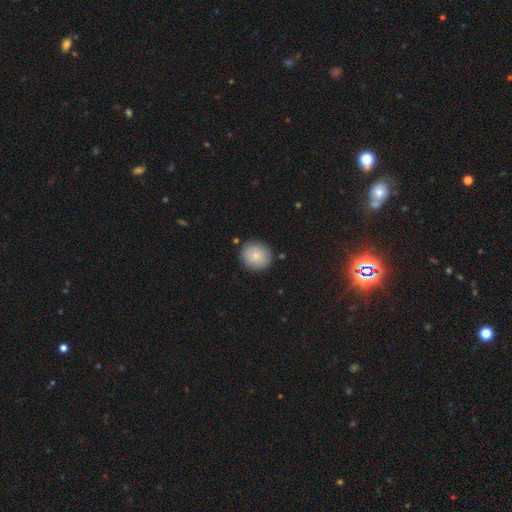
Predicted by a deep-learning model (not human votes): Morphology: type=smooth (82%); roundness=round (86%); merging=none (85%).